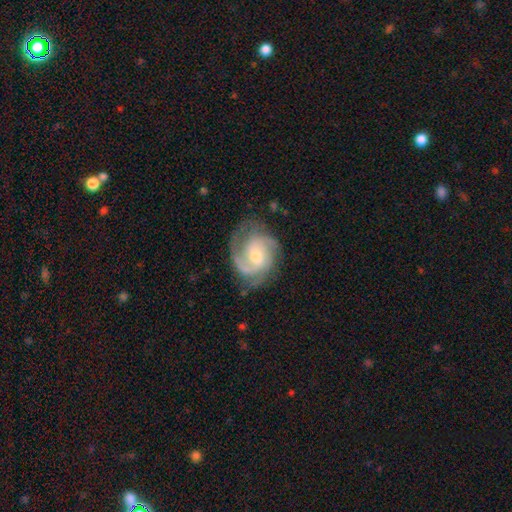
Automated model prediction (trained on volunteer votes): smooth-or-featured: featured or disk: 89% | smooth: 6% | star or artifact: 5%
  disk-edge-on: no: 98% | yes: 2%
    bar: no: 52% | weak: 38% | strong: 9%
    has-spiral-arms: yes: 98% | no: 2%
      spiral-winding: medium: 47% | tight: 43% | loose: 10%
      spiral-arm-count: 2: 39% | 3: 37% | can't tell: 10% | 4: 5% | 1: 5% | more than 4: 4%
    bulge-size: moderate: 49% | small: 46% | large: 3% | none: 1% | dominant: 1%
  merging: none: 72% | minor disturbance: 18% | major disturbance: 8% | merger: 1%